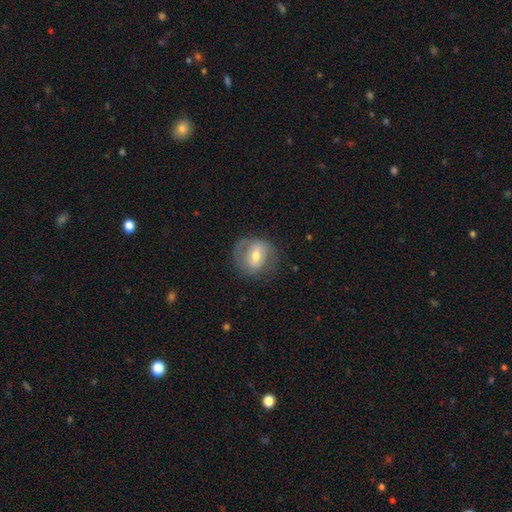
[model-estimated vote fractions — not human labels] smooth_or_featured: featured or disk (p=0.53) [alt: smooth p=0.40]
disk_edge_on: no (p=0.95) [alt: yes p=0.05]
bar: weak (p=0.44) [alt: no p=0.29]
has_spiral_arms: yes (p=0.62) [alt: no p=0.38]
bulge_size: moderate (p=0.66) [alt: small p=0.25]
merging: none (p=0.65) [alt: minor disturbance p=0.21]